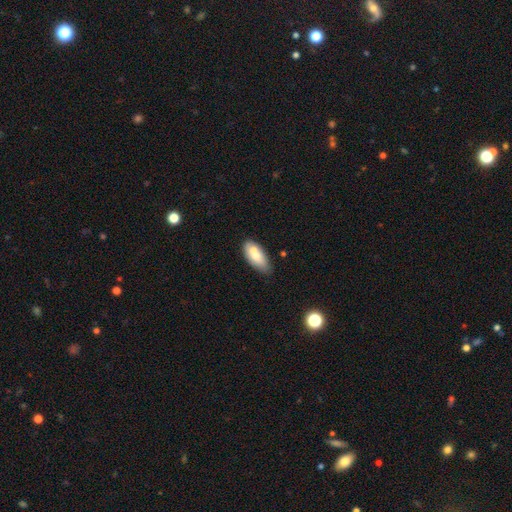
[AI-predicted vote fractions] This is likely a smooth galaxy (73%). How rounded: clearly in between (86%). Merging: possibly none (55%).